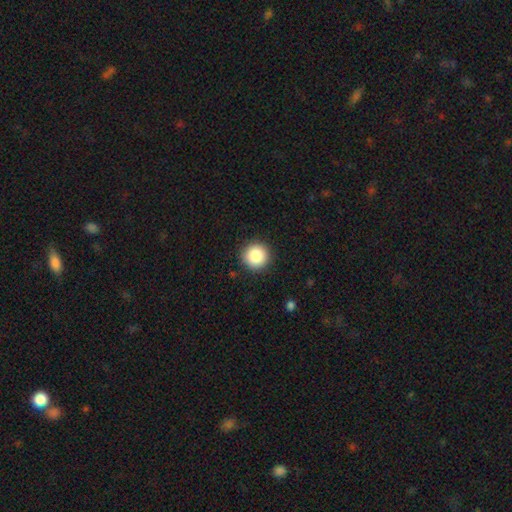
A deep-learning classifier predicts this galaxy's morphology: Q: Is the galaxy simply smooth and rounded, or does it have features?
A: smooth — 86%.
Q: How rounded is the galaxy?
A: round — 96%.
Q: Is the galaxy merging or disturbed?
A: none — 92%.